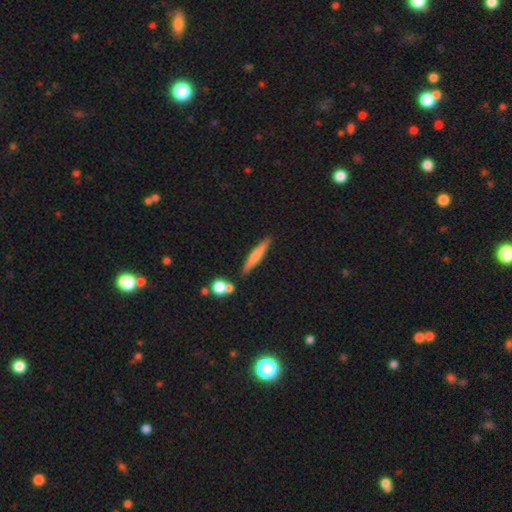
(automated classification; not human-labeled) smooth 57%, featured or disk 36%, star or artifact 7%. Down the decision tree: how rounded — cigar-shaped (91%); merging — none (83%).